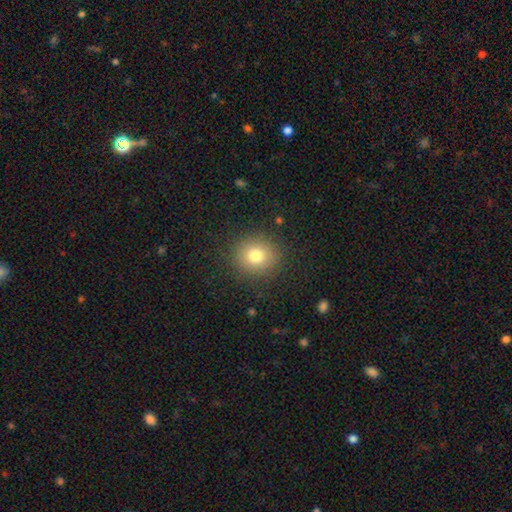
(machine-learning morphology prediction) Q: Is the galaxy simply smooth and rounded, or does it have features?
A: smooth — 77%.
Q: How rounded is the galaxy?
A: round — 87%.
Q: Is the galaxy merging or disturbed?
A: none — 88%.